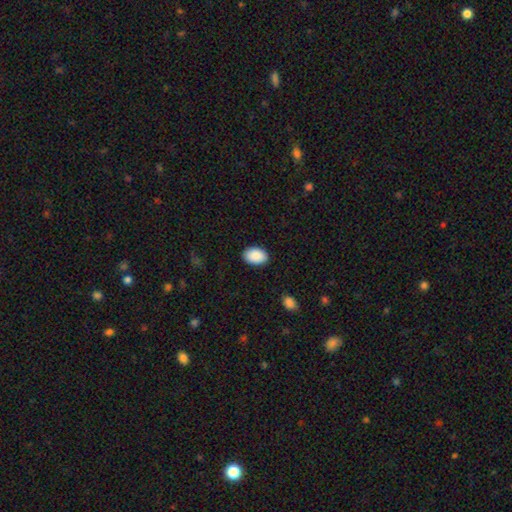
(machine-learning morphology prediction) smooth-or-featured: smooth: 90% | star or artifact: 6% | featured or disk: 4%
  how-rounded: in between: 88% | round: 11% | cigar-shaped: 1%
  merging: none: 89% | minor disturbance: 8% | major disturbance: 2% | merger: 1%